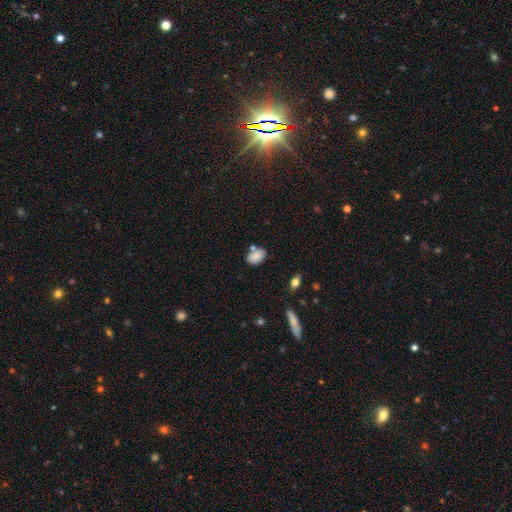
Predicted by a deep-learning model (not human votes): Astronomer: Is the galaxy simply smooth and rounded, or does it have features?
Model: smooth — 84%.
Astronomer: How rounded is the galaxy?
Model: in between — 89%.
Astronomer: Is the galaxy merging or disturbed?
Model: none — 65%.